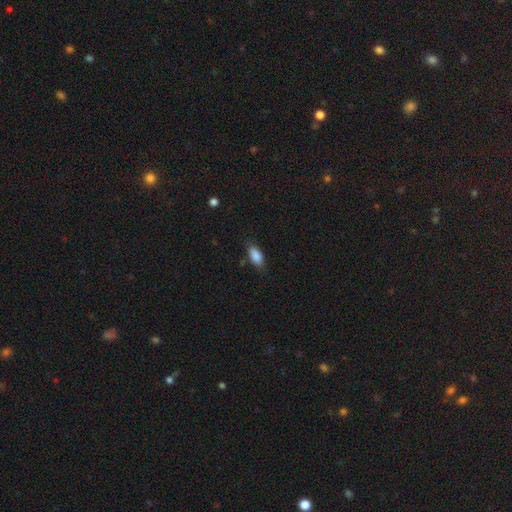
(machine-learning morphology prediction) This is clearly a smooth galaxy (86%). How rounded: clearly in between (88%). Merging: likely none (78%).